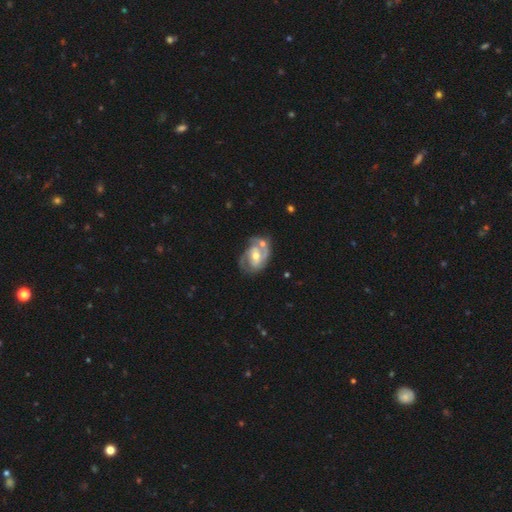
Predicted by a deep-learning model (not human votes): A featured or disk galaxy (81%) with a weak bar (44%), 2 (72%) medium (46%) spiral arms (89%) and a moderate central bulge (63%). Merging: none (50%).